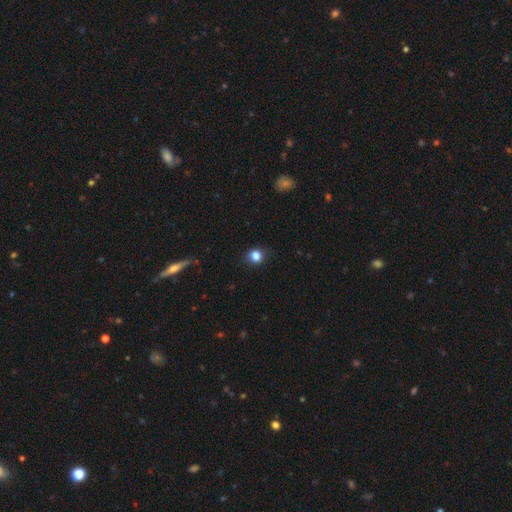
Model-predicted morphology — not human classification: smooth_or_featured: smooth (p=0.83) [alt: star or artifact p=0.12]
how_rounded: round (p=0.83) [alt: in between p=0.16]
merging: none (p=0.84) [alt: minor disturbance p=0.12]